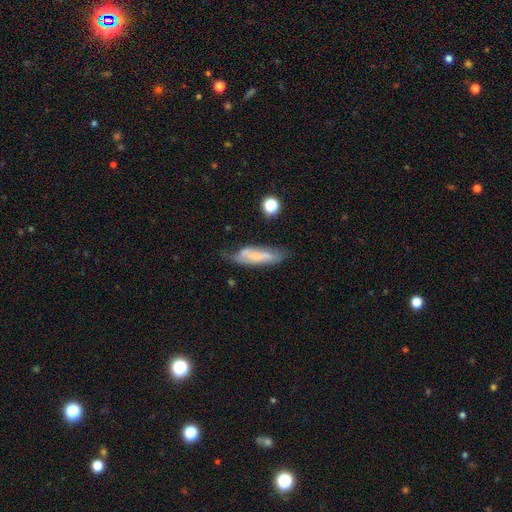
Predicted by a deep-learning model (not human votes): smooth-or-featured: smooth: 52% | featured or disk: 40% | star or artifact: 9%
  how-rounded: cigar-shaped: 61% | in between: 37% | round: 2%
  merging: none: 52% | minor disturbance: 31% | major disturbance: 12% | merger: 5%